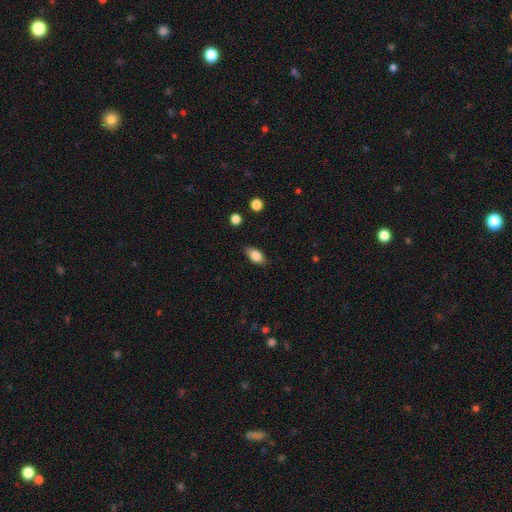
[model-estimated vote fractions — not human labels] smooth 82%, featured or disk 10%, star or artifact 8%. Down the decision tree: how rounded — in between (87%); merging — none (82%).